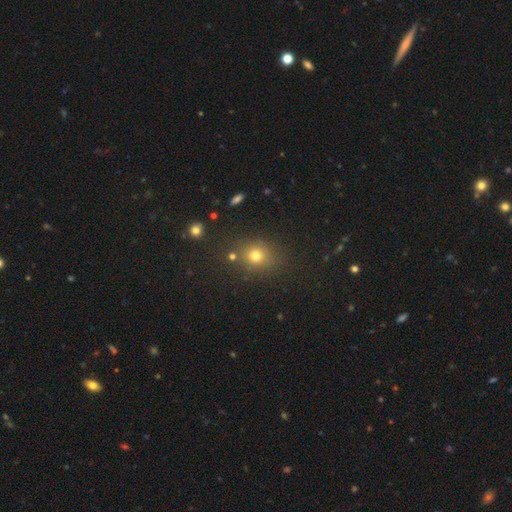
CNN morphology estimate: Smooth or featured: smooth — 72% (star or artifact — 20%)
How rounded: round — 68% (in between — 31%)
Merging: none — 79% (minor disturbance — 11%)